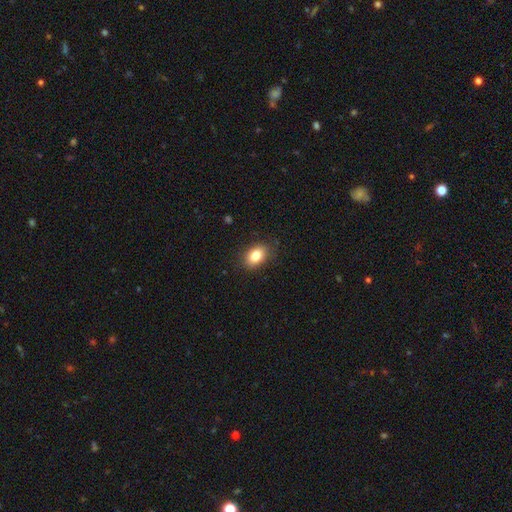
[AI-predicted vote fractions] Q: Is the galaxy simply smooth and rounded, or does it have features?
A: smooth — 83%.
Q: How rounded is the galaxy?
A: in between — 81%.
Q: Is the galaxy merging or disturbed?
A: none — 85%.